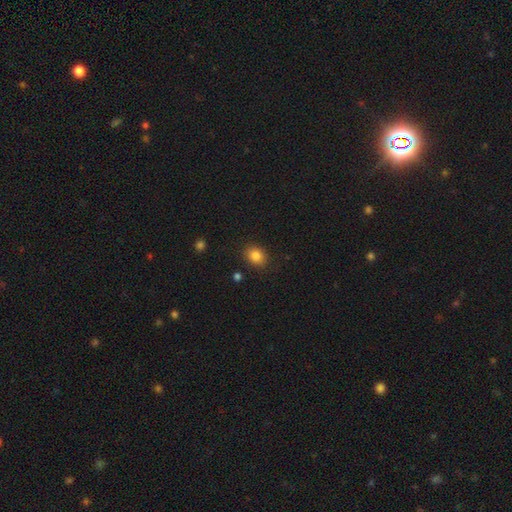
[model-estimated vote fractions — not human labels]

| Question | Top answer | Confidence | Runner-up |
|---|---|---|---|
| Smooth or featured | smooth | 84% | star or artifact (10%) |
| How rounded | in between | 50% | round (49%) |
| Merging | none | 86% | minor disturbance (9%) |